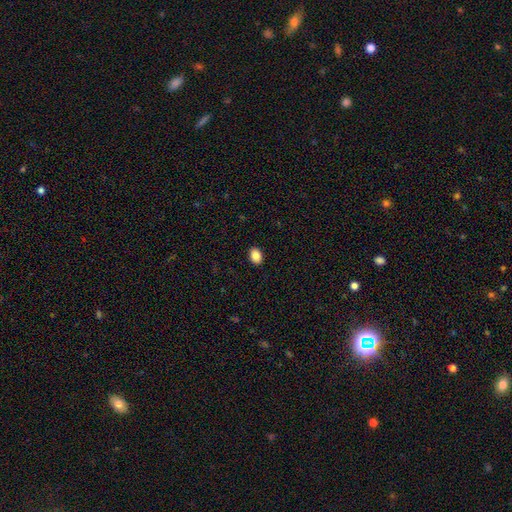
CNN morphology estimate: This is clearly a smooth galaxy (87%). How rounded: likely in between (75%). Merging: clearly none (91%).